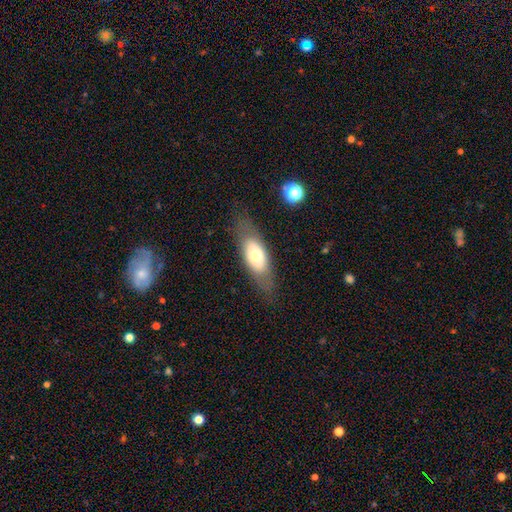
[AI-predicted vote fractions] This appears to be a smooth galaxy with no disk features (58%) that is in between round and cigar-shaped (74%). Merging: none (76%).